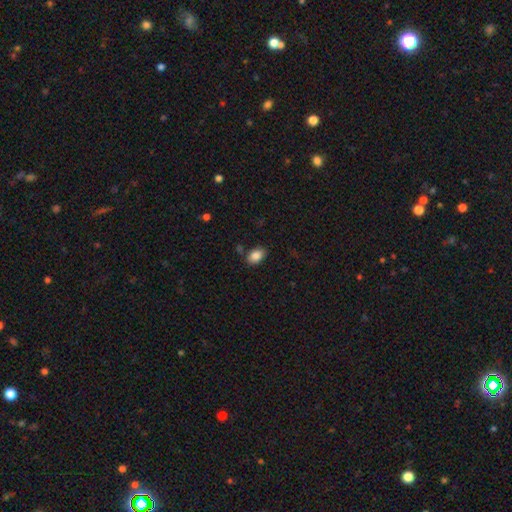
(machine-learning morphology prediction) Smooth or featured? Predicted: smooth (p=0.86). How rounded? Predicted: in between (p=0.86). Merging? Predicted: none (p=0.81).